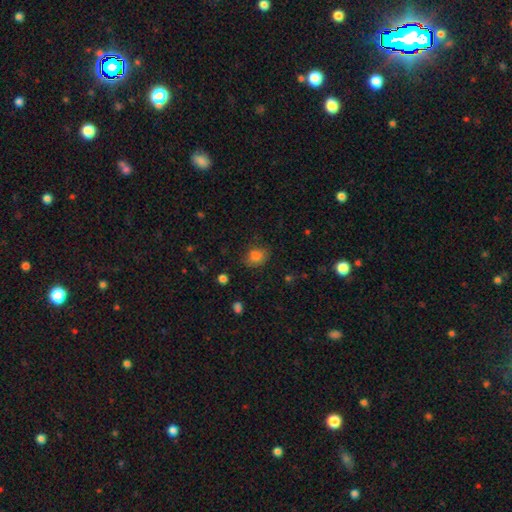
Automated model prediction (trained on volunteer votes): smooth_or_featured: smooth (p=0.82) [alt: star or artifact p=0.12]
how_rounded: round (p=0.50) [alt: in between p=0.49]
merging: none (p=0.72) [alt: minor disturbance p=0.20]